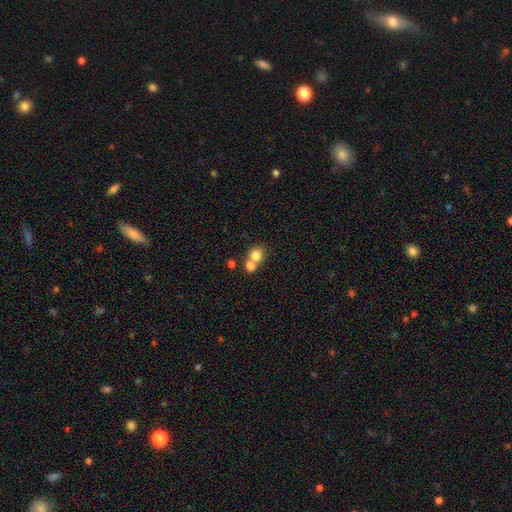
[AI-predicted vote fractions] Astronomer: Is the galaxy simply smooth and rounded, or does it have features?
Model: smooth — 79%.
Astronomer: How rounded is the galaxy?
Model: round — 79%.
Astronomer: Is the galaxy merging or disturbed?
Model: merger — 49% (runner-up: none, 42%).